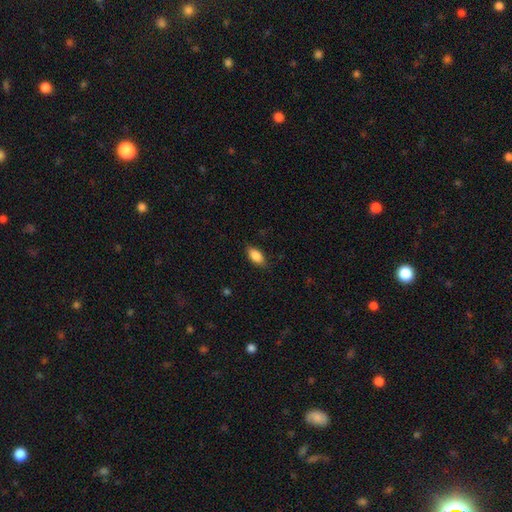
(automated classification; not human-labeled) This is clearly a smooth galaxy (86%). How rounded: clearly in between (90%). Merging: clearly none (84%).